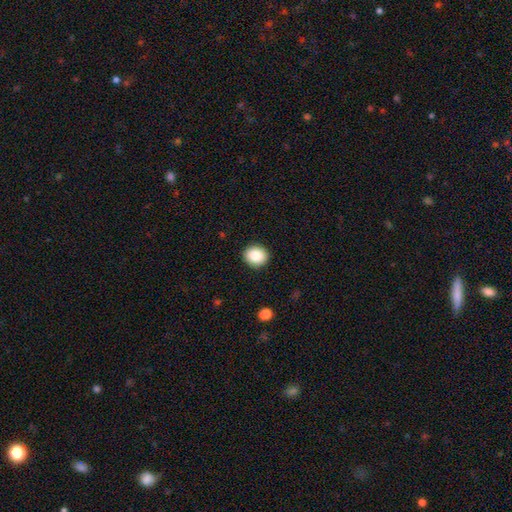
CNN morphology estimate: smooth_or_featured: smooth (p=0.87) [alt: star or artifact p=0.08]
how_rounded: round (p=0.76) [alt: in between p=0.24]
merging: none (p=0.91) [alt: minor disturbance p=0.06]